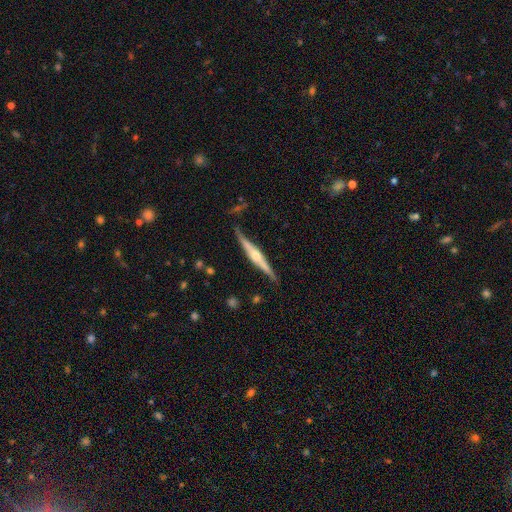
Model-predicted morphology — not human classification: smooth_or_featured: featured or disk (p=0.77) [alt: smooth p=0.18]
disk_edge_on: yes (p=0.97) [alt: no p=0.03]
edge_on_bulge: rounded (p=0.87) [alt: boxy p=0.07]
merging: none (p=0.83) [alt: minor disturbance p=0.13]